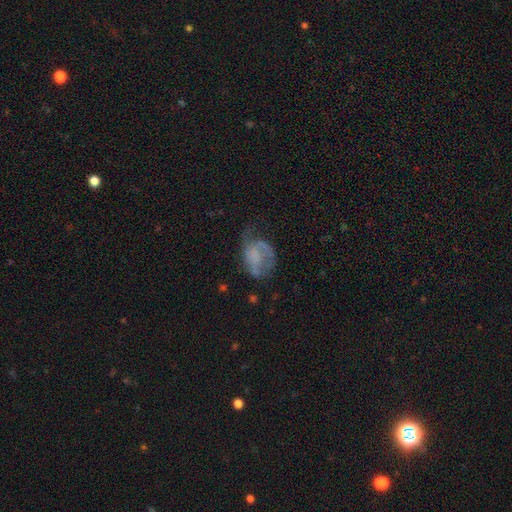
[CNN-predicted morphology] The model was most divided on "merging": major disturbance: 40%, none: 30%, minor disturbance: 26%, merger: 4%. More confident: edge-on disk — no (97%); bar — no (77%); bulge size — none (66%); spiral arms — yes (59%); smooth or featured — featured or disk (52%).